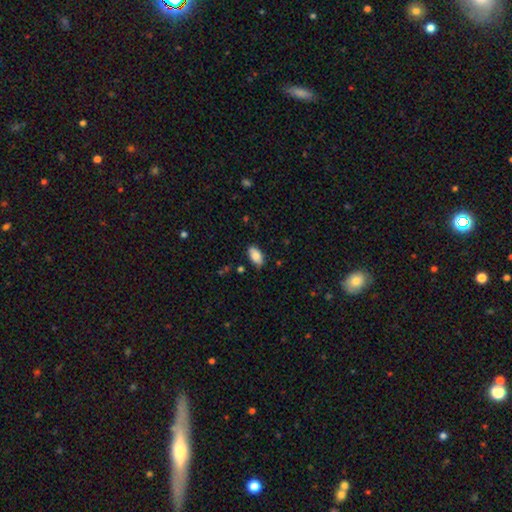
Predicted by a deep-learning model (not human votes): Overall: smooth (83%). How rounded: in between (93%). Merging: none (79%).